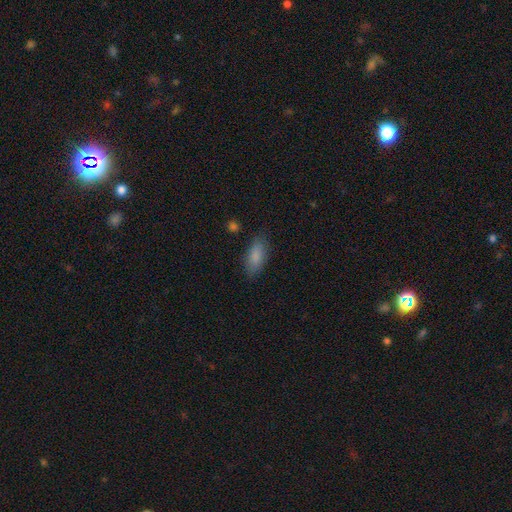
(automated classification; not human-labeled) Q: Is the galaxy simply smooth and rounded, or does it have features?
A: smooth — 86%.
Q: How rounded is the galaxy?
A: in between — 85%.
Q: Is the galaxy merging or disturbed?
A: none — 81%.